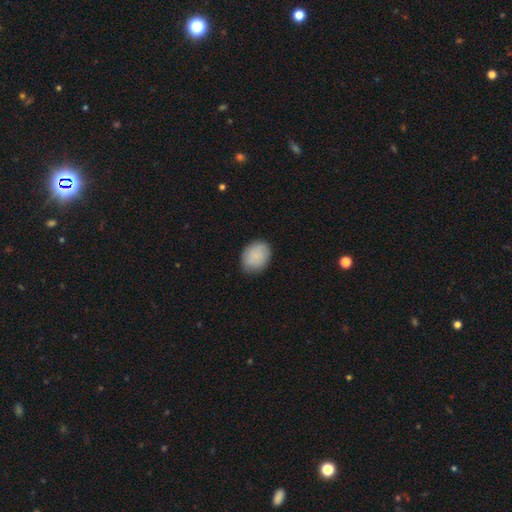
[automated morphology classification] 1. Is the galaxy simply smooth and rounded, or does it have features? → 87% smooth, 7% featured or disk, 6% star or artifact.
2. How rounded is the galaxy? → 56% in between, 43% round, 1% cigar-shaped.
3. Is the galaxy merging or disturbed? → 82% none, 15% minor disturbance, 3% major disturbance, 1% merger.